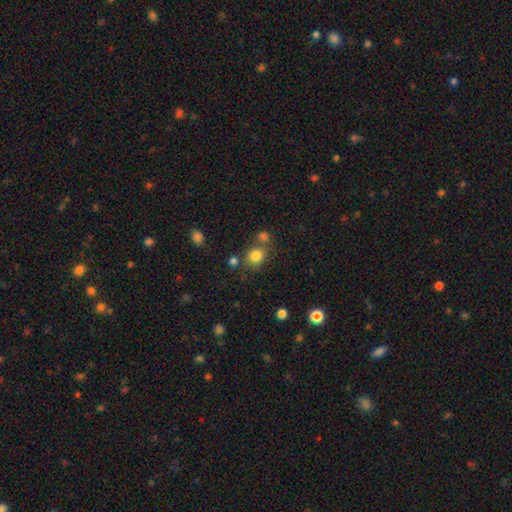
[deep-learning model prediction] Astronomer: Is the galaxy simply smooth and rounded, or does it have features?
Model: smooth — 81%.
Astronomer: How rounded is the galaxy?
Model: round — 72%.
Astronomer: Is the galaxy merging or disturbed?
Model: none — 63%.